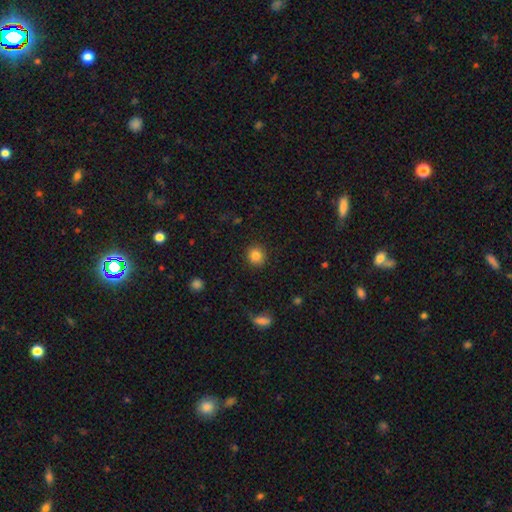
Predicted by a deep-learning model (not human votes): A smooth galaxy with no disk features (84%) that is round (88%). Merging: none (91%).